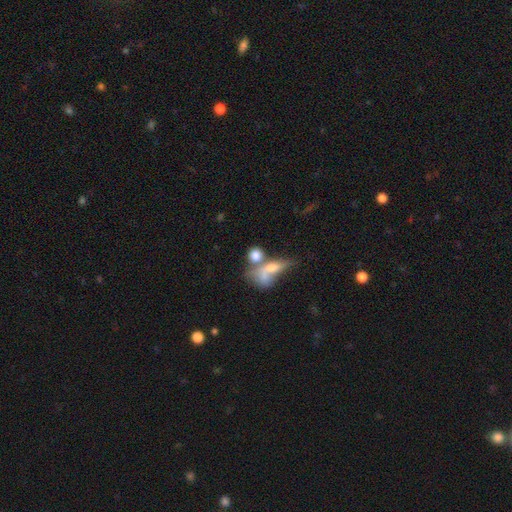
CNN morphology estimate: Smooth or featured? smooth (73%)
How rounded? round (60%)
Merging? merger (48%)